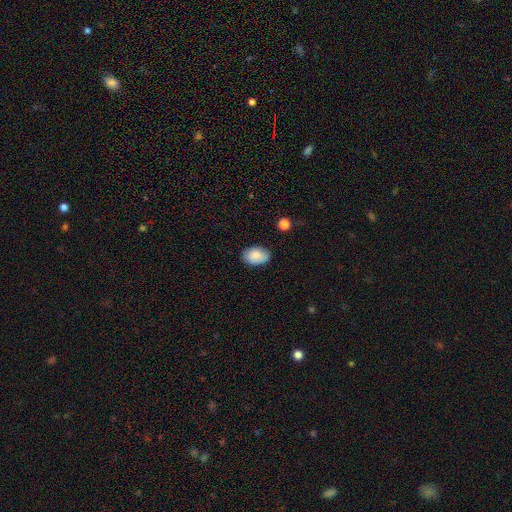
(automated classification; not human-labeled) A smooth galaxy with no disk features (83%) that is in between round and cigar-shaped (88%). Merging: none (79%).